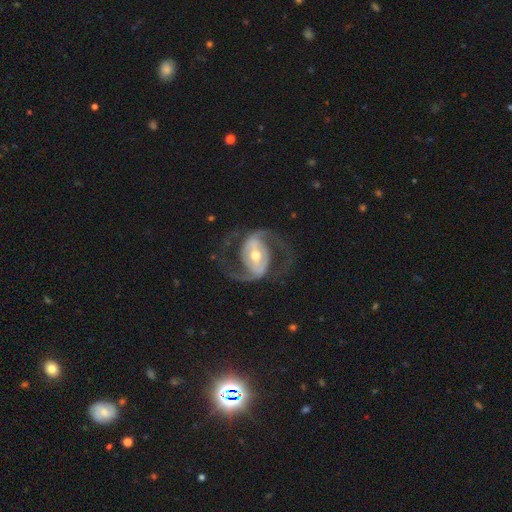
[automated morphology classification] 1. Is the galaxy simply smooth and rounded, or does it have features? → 91% featured or disk, 5% smooth, 4% star or artifact.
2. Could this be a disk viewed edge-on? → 97% no, 3% yes.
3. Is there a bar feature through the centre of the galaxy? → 43% strong, 35% weak, 22% no.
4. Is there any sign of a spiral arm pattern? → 96% yes, 4% no.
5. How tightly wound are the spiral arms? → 57% medium, 30% loose, 13% tight.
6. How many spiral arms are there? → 94% 2, 2% can't tell, 1% 1, 1% 3, 1% 4, 1% more than 4.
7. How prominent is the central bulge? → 66% moderate, 25% small, 7% large, 1% dominant, 1% none.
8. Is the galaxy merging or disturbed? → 75% none, 12% major disturbance, 12% minor disturbance, 1% merger.